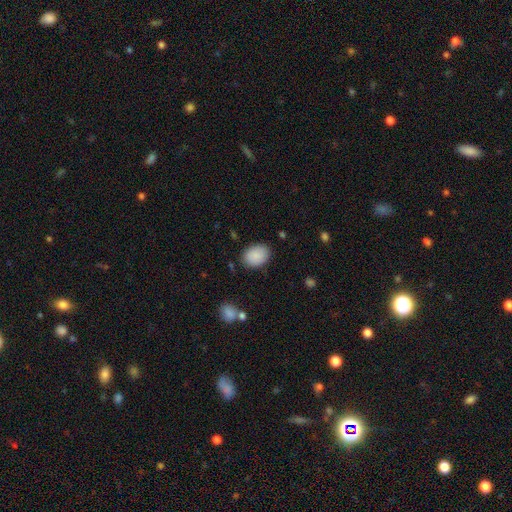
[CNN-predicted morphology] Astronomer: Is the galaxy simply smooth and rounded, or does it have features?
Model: smooth — 89%.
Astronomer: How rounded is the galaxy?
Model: in between — 70%.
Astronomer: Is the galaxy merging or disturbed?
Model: none — 85%.